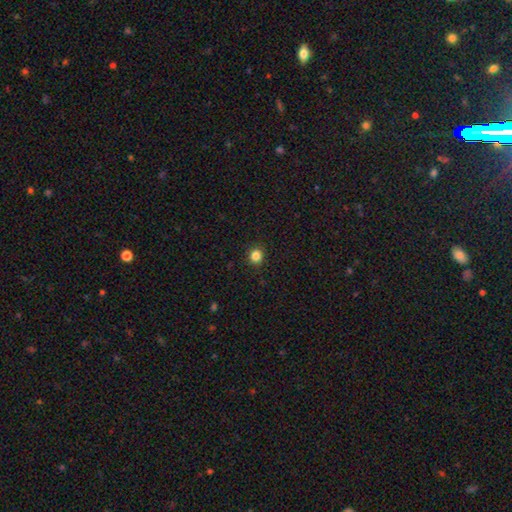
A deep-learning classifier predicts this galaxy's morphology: A smooth galaxy with no disk features (84%) that is round (88%). Merging: none (92%).